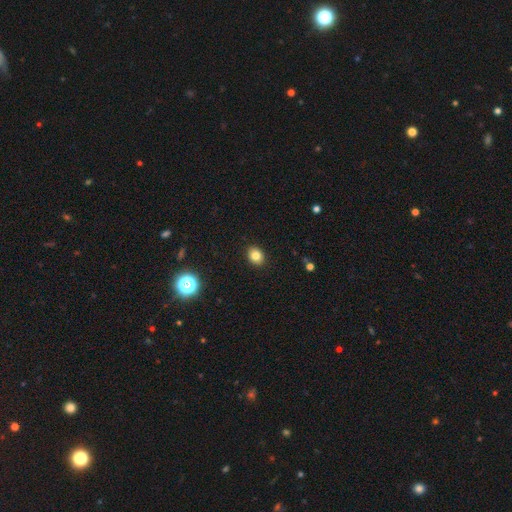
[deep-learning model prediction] smooth 81%, star or artifact 11%, featured or disk 8%. Down the decision tree: how rounded — in between (53%); merging — none (90%).